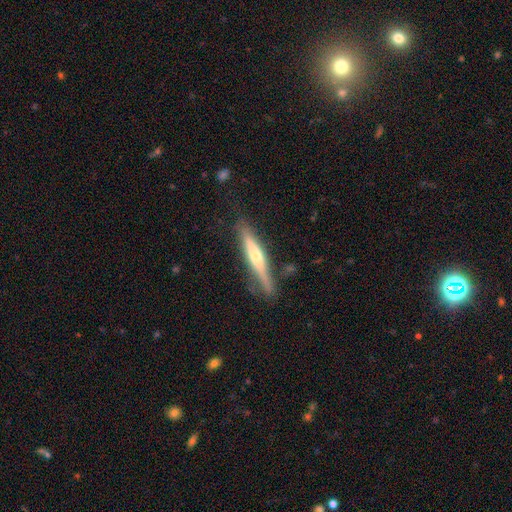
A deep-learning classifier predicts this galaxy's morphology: Overall: featured or disk (59%; smooth 35%). Edge-on disk: yes (95%). Edge-on bulge: rounded (80%). Merging: none (78%).